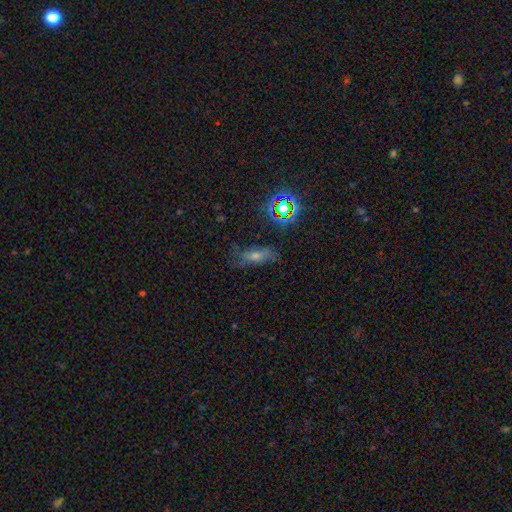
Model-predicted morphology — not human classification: Overall: smooth (36%; featured or disk 32%). Merging: none (64%).